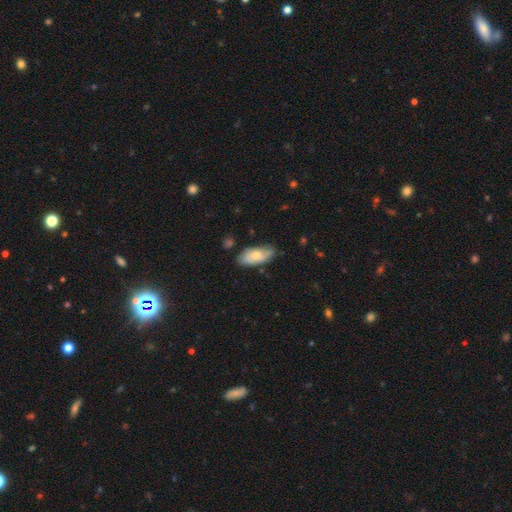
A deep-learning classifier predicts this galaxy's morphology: The model was most divided on "smooth or featured": smooth: 66%, featured or disk: 28%, star or artifact: 6%. More confident: how rounded — in between (88%); merging — none (71%).